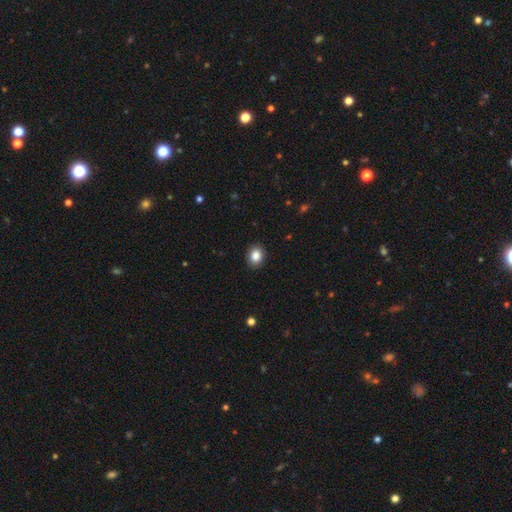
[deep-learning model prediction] smooth-or-featured: smooth: 86% | star or artifact: 9% | featured or disk: 5%
  how-rounded: in between: 51% | round: 48% | cigar-shaped: 1%
  merging: none: 90% | minor disturbance: 7% | major disturbance: 2% | merger: 1%